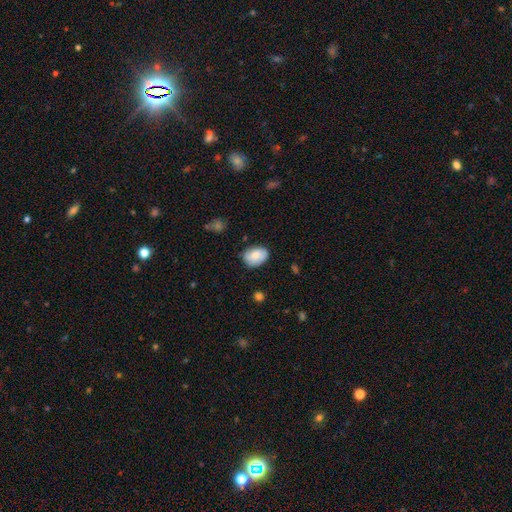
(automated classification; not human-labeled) A smooth galaxy with no disk features (78%) that is in between round and cigar-shaped (78%). Merging: none (72%).